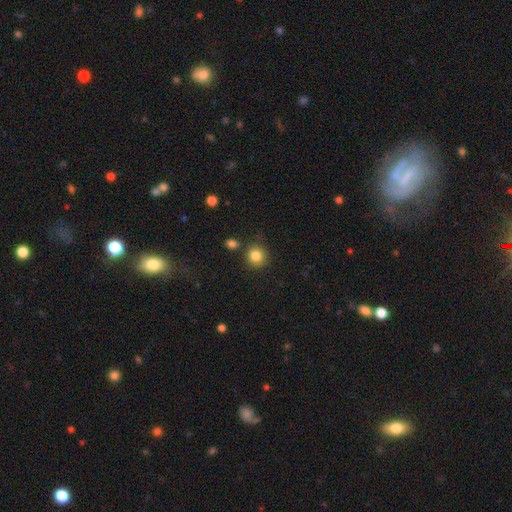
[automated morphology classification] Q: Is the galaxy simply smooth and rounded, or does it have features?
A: smooth — 84%.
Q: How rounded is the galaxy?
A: round — 89%.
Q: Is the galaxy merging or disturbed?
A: none — 81%.